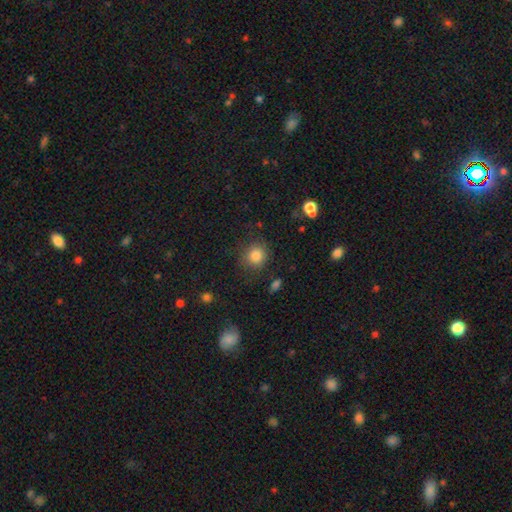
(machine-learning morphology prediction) Overall: smooth (83%). How rounded: round (86%). Merging: none (81%).